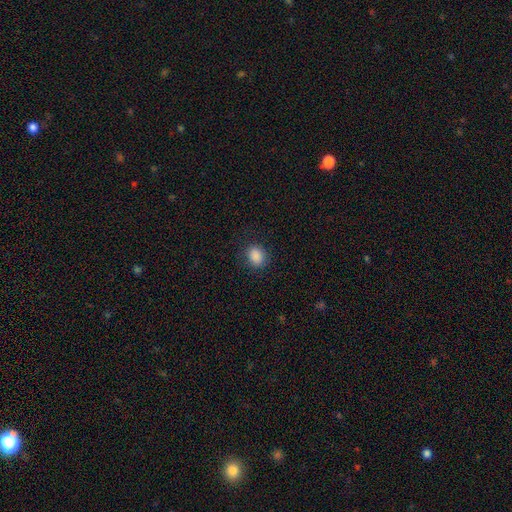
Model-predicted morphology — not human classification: smooth 87%, star or artifact 10%, featured or disk 3%. Down the decision tree: how rounded — in between (50%); merging — none (86%).